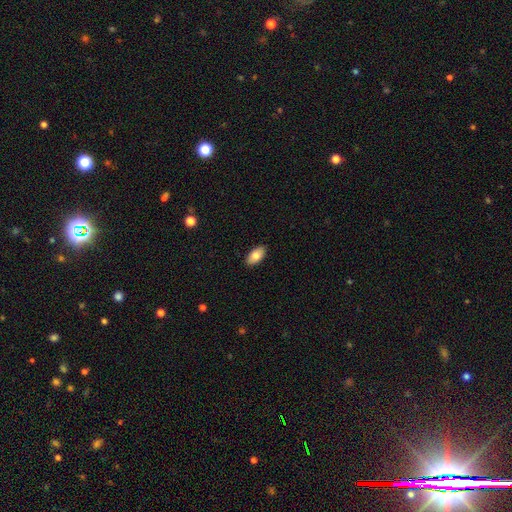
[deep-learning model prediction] Smooth or featured: smooth — 81% (featured or disk — 12%)
How rounded: in between — 94% (round — 3%)
Merging: none — 90% (minor disturbance — 8%)